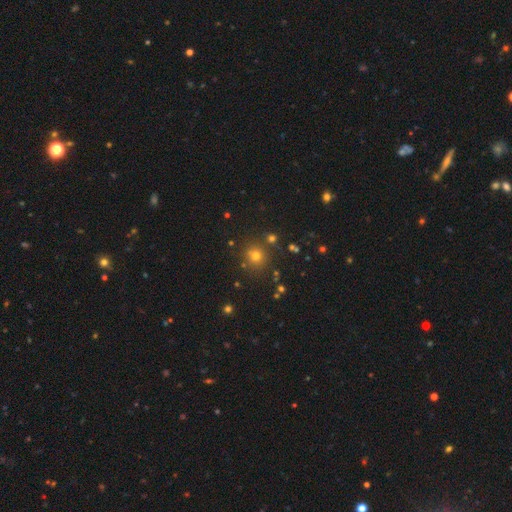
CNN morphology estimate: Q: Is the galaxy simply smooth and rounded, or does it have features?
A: smooth — 68%.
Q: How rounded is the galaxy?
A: round — 91%.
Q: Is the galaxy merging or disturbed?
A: none — 82%.